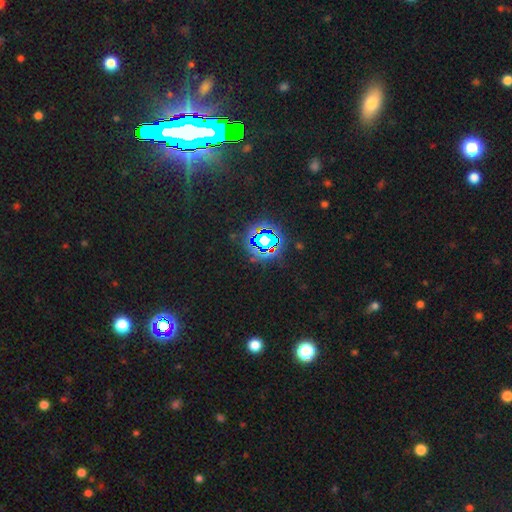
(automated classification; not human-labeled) star or artifact 79%, smooth 12%, featured or disk 9%.